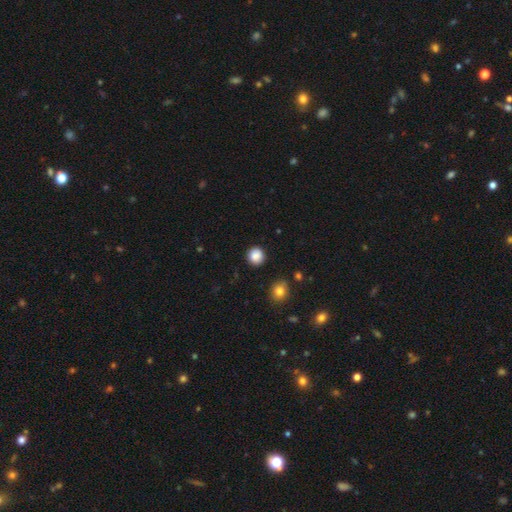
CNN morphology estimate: smooth_or_featured: smooth (p=0.86) [alt: star or artifact p=0.09]
how_rounded: round (p=0.92) [alt: in between p=0.07]
merging: none (p=0.89) [alt: minor disturbance p=0.07]